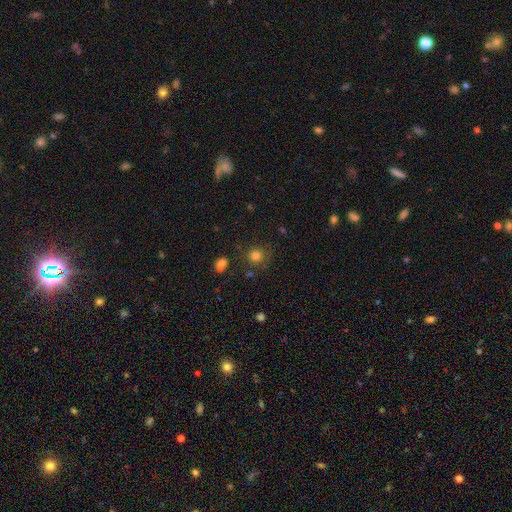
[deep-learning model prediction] Smooth or featured?
  - smooth: 81% *
  - star or artifact: 13%
  - featured or disk: 6%
How rounded?
  - round: 89% *
  - in between: 10%
  - cigar-shaped: 1%
Merging?
  - none: 79% *
  - minor disturbance: 12%
  - major disturbance: 5%
  - merger: 4%